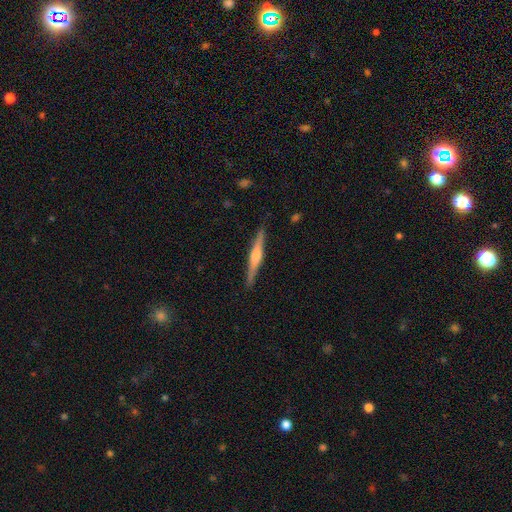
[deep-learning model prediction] A featured or disk galaxy (75%) viewed edge-on (98%) with a rounded central bulge (84%). Merging: none (91%).